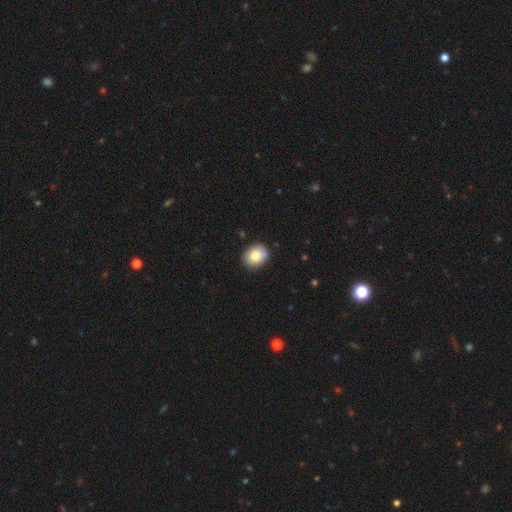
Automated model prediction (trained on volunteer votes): A smooth galaxy with no disk features (84%) that is in between round and cigar-shaped (52%).

Vote fractions:
- Smooth or featured? smooth: 84% / featured or disk: 8% / star or artifact: 8%
- How rounded? in between: 52% / round: 47% / cigar-shaped: 1%
- Merging? none: 83% / minor disturbance: 13% / major disturbance: 2% / merger: 1%